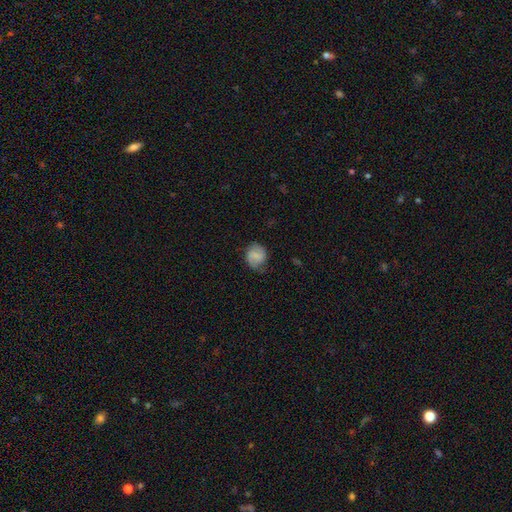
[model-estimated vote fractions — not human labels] smooth 62%, featured or disk 30%, star or artifact 8%. Down the decision tree: how rounded — round (71%); merging — none (63%).